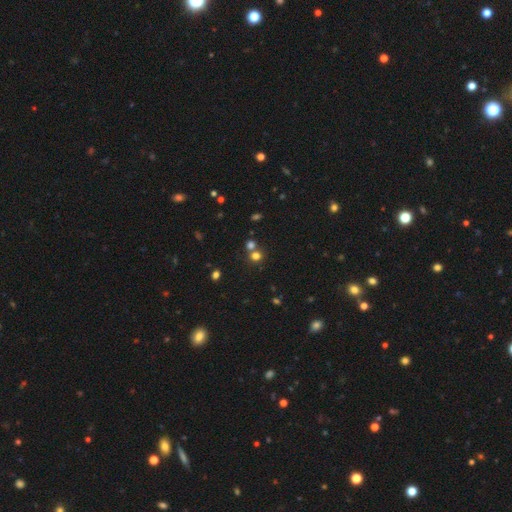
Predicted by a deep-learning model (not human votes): Morphology: type=smooth (70%); roundness=round (87%); merging=none (60%).